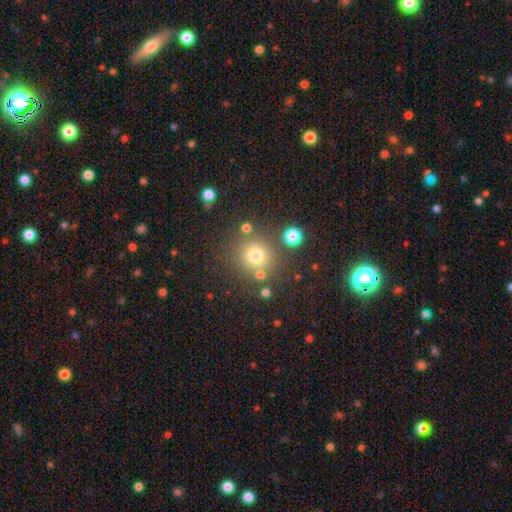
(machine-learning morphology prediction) Smooth or featured: smooth — 73% (star or artifact — 17%)
How rounded: round — 91% (in between — 8%)
Merging: none — 79% (minor disturbance — 9%)